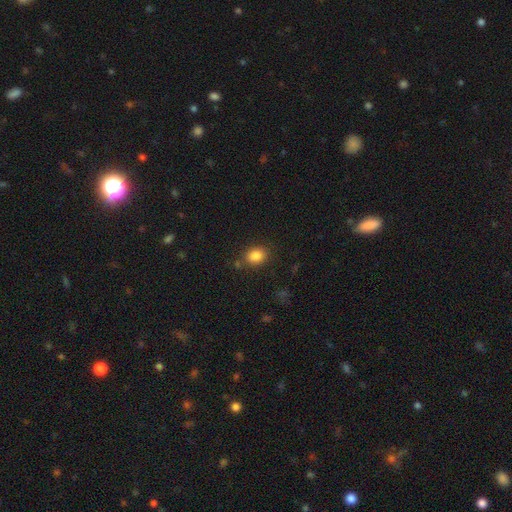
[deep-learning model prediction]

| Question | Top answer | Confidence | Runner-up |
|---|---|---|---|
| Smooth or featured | smooth | 85% | star or artifact (10%) |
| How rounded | in between | 61% | round (38%) |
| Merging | none | 80% | minor disturbance (12%) |